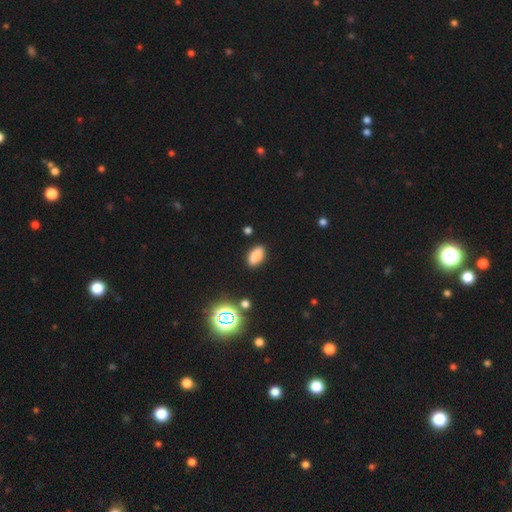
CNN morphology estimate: This is clearly a smooth galaxy (82%). How rounded: clearly in between (91%). Merging: clearly none (88%).